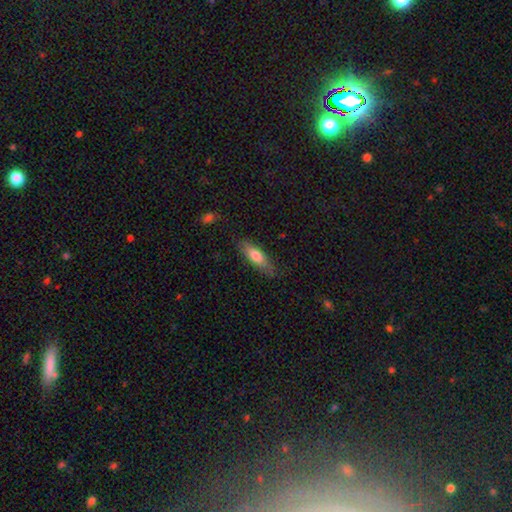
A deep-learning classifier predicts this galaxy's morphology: Q: Smooth or featured?
A: smooth (72%); runner-up: featured or disk (22%)
Q: How rounded?
A: in between (51%); runner-up: cigar-shaped (47%)
Q: Merging?
A: none (78%); runner-up: minor disturbance (17%)